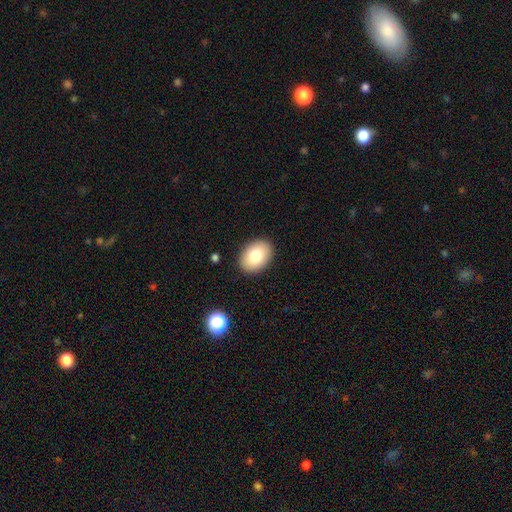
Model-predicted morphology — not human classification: The model was most divided on "how rounded": in between: 80%, round: 19%, cigar-shaped: 1%. More confident: merging — none (90%); smooth or featured — smooth (81%).